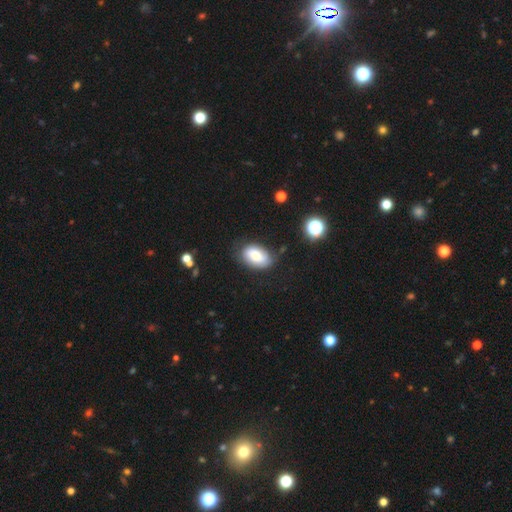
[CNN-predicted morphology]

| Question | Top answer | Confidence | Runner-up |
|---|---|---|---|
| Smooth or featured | smooth | 67% | featured or disk (23%) |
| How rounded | in between | 87% | round (12%) |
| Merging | none | 71% | minor disturbance (21%) |